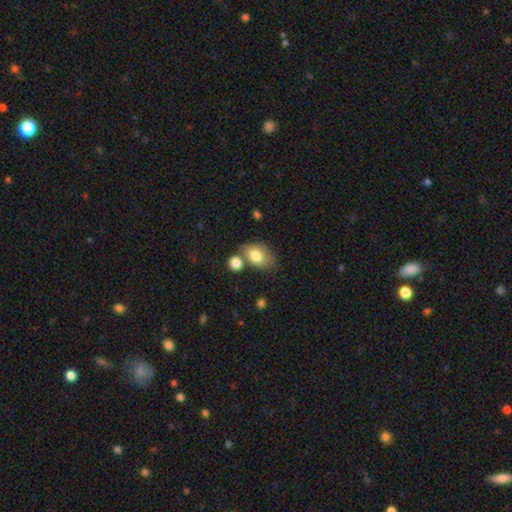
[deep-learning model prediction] Overall: smooth (78%). How rounded: in between (76%). Merging: none (49%; merger 29%).